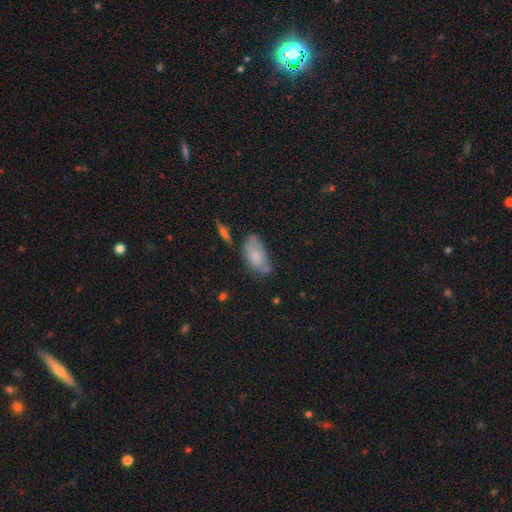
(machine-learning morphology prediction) smooth_or_featured: smooth (p=0.74) [alt: featured or disk p=0.18]
how_rounded: in between (p=0.92) [alt: cigar-shaped p=0.04]
merging: none (p=0.48) [alt: minor disturbance p=0.32]